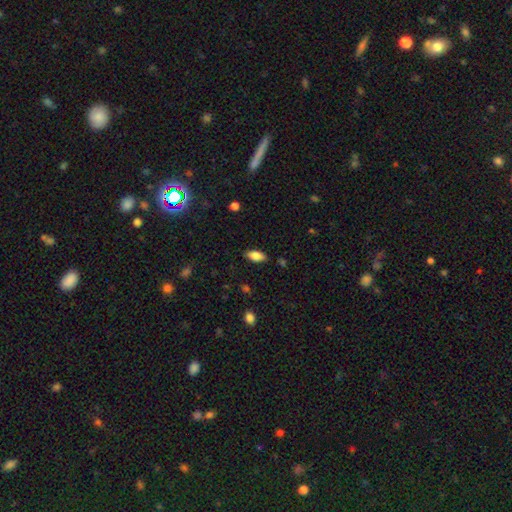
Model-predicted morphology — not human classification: smooth-or-featured: smooth: 81% | featured or disk: 11% | star or artifact: 8%
  how-rounded: in between: 87% | cigar-shaped: 10% | round: 2%
  merging: none: 84% | minor disturbance: 12% | major disturbance: 3% | merger: 1%